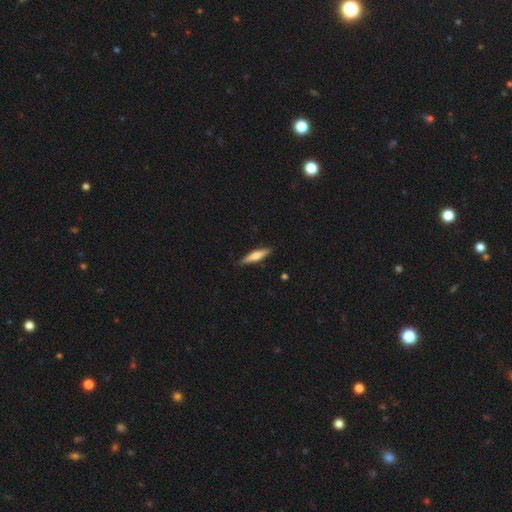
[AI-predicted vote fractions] The model was most divided on "smooth or featured": smooth: 51%, featured or disk: 43%, star or artifact: 5%. More confident: merging — none (89%); how rounded — cigar-shaped (81%).